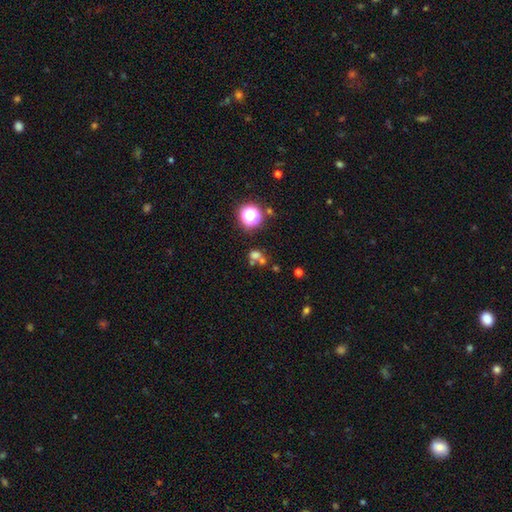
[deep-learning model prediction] Morphology: type=smooth (60%); roundness=round (71%); merging=none (44%).